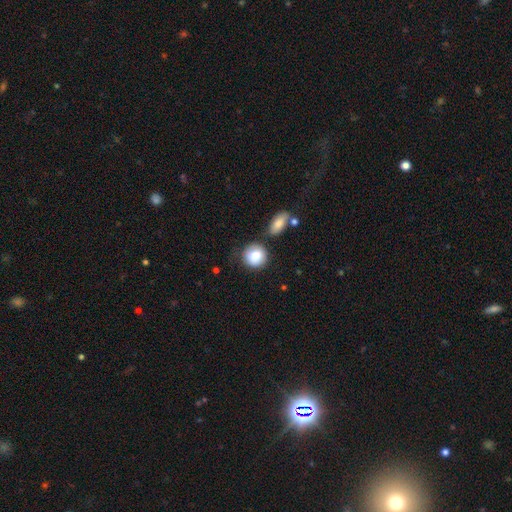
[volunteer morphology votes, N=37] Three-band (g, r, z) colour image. It shows a smooth galaxy with no disk features (89%) that is round (85%). Merging: none (65%).